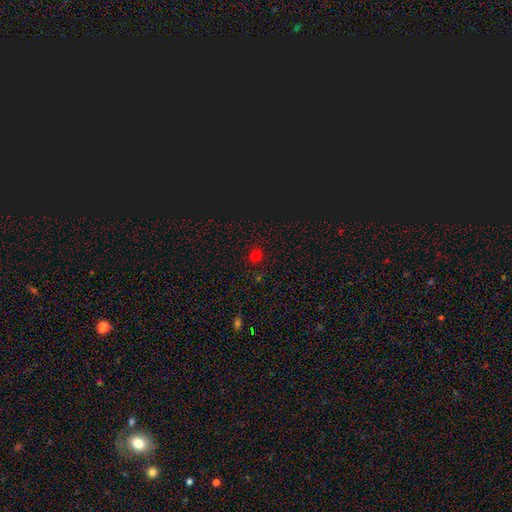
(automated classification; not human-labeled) Q: Smooth or featured?
A: smooth (68%); runner-up: star or artifact (27%)
Q: How rounded?
A: round (88%); runner-up: in between (11%)
Q: Merging?
A: none (87%); runner-up: minor disturbance (8%)